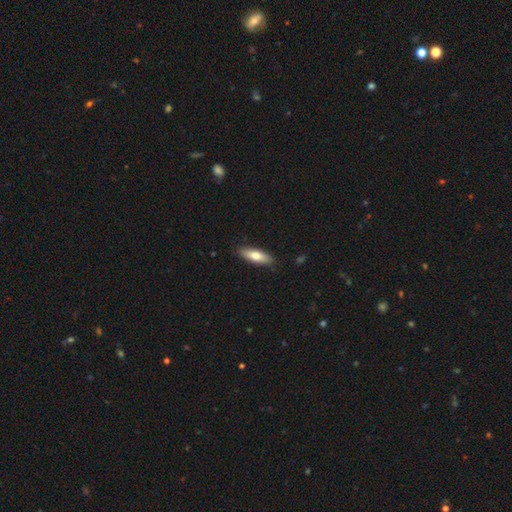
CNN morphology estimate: Smooth or featured?
  - smooth: 71% *
  - featured or disk: 23%
  - star or artifact: 6%
How rounded?
  - in between: 55% *
  - cigar-shaped: 43%
  - round: 2%
Merging?
  - none: 88% *
  - minor disturbance: 9%
  - major disturbance: 2%
  - merger: 1%